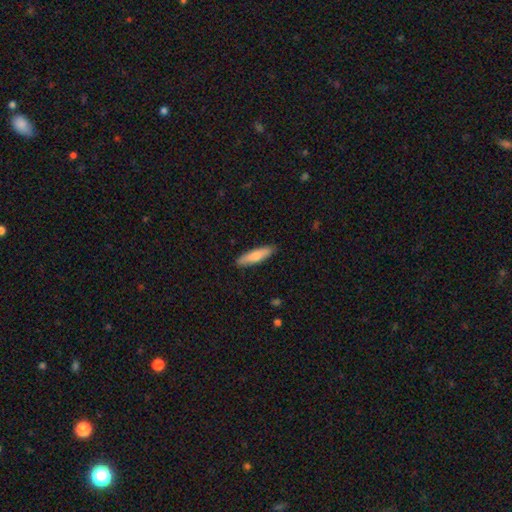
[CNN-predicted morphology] A smooth galaxy with no disk features (71%) that is cigar-shaped (73%).

Vote fractions:
- Smooth or featured? smooth: 71% / featured or disk: 23% / star or artifact: 5%
- How rounded? cigar-shaped: 73% / in between: 26% / round: 2%
- Merging? none: 89% / minor disturbance: 8% / major disturbance: 2% / merger: 1%